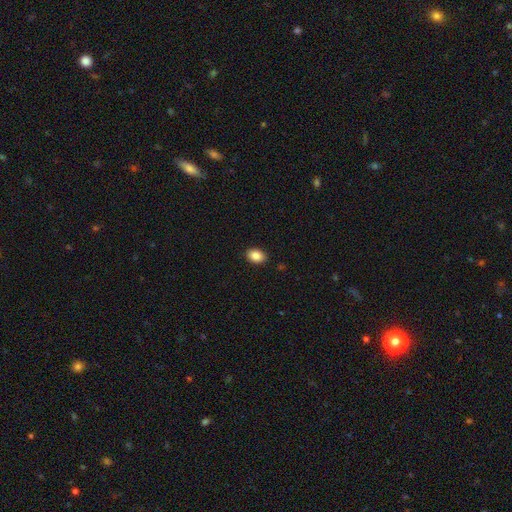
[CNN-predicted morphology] Smooth or featured? smooth (88%)
How rounded? in between (79%)
Merging? none (89%)